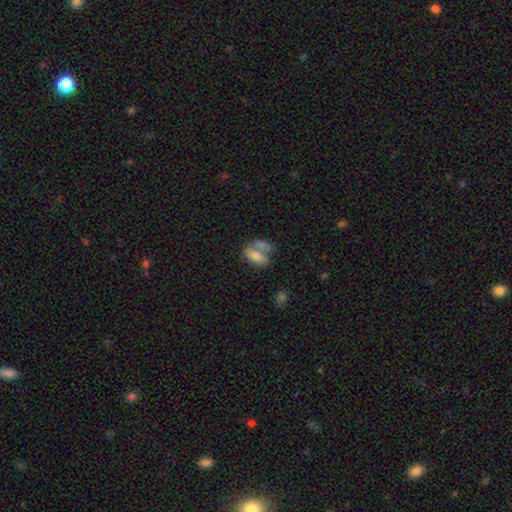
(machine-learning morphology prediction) Smooth or featured? Predicted: smooth (p=0.72). How rounded? Predicted: in between (p=0.84). Merging? Predicted: merger (p=0.41).